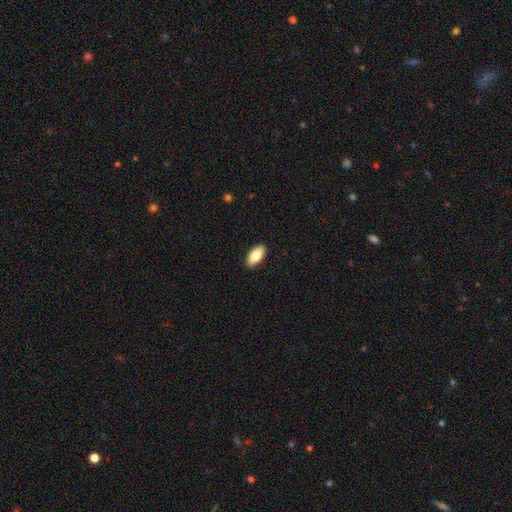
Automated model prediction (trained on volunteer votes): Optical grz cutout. It shows a smooth galaxy with no disk features (79%) that is in between round and cigar-shaped (91%). Merging: none (91%).